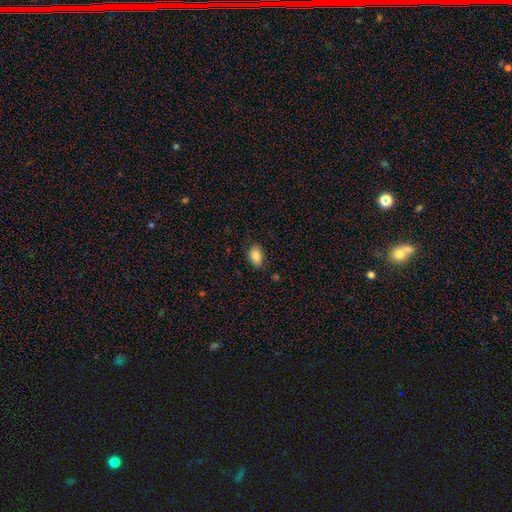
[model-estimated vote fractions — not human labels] Smooth or featured: smooth — 87% (star or artifact — 8%)
How rounded: in between — 85% (round — 13%)
Merging: none — 82% (minor disturbance — 14%)